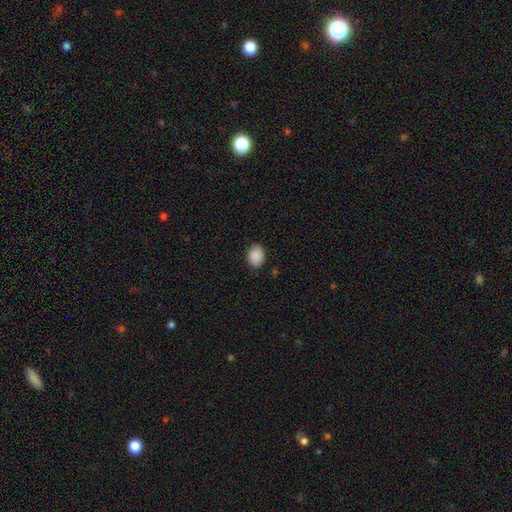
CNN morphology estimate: Overall: smooth (90%). How rounded: in between (65%; round 34%). Merging: none (86%).